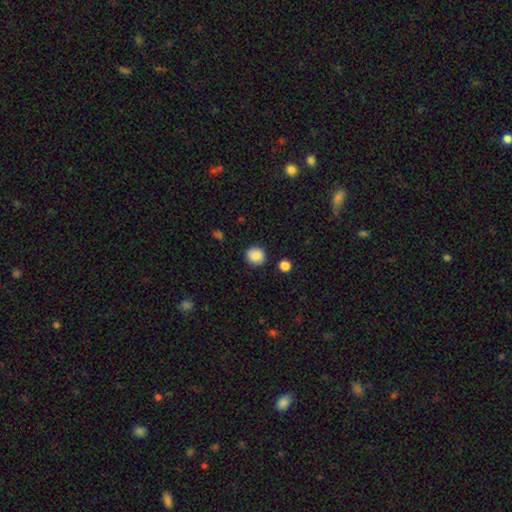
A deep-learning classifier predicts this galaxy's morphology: This appears to be a smooth galaxy with no disk features (87%) that is round (93%). Merging: none (89%).